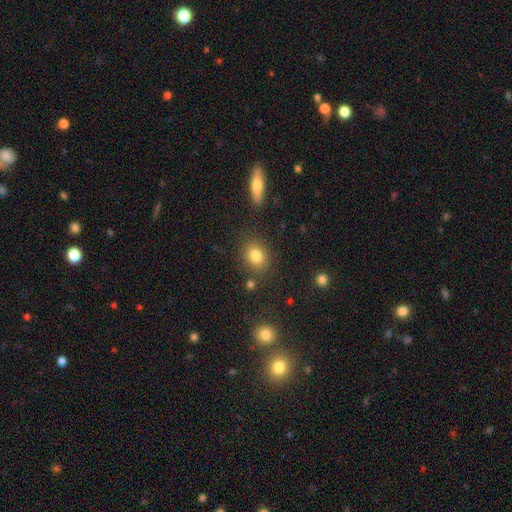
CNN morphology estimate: smooth_or_featured: smooth (p=0.81) [alt: star or artifact p=0.11]
how_rounded: in between (p=0.53) [alt: round p=0.46]
merging: none (p=0.81) [alt: minor disturbance p=0.11]